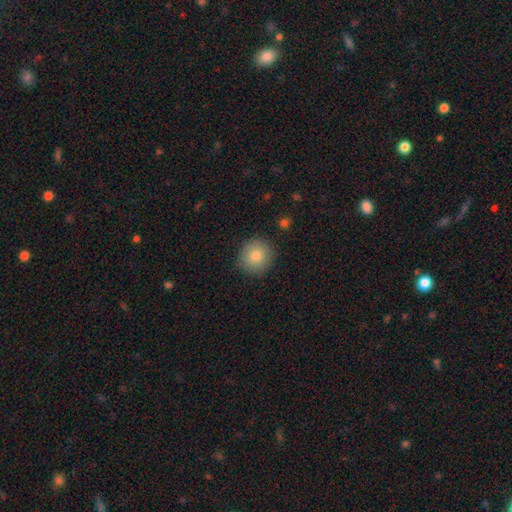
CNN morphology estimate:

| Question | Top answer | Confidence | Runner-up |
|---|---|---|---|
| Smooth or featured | smooth | 80% | featured or disk (10%) |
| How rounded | round | 92% | in between (7%) |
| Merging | none | 89% | minor disturbance (7%) |